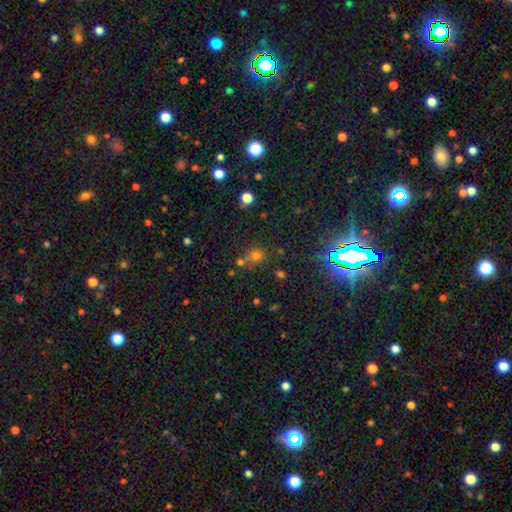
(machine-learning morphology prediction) Smooth or featured: smooth — 58% (star or artifact — 32%)
How rounded: round — 78% (in between — 20%)
Merging: none — 55% (merger — 27%)